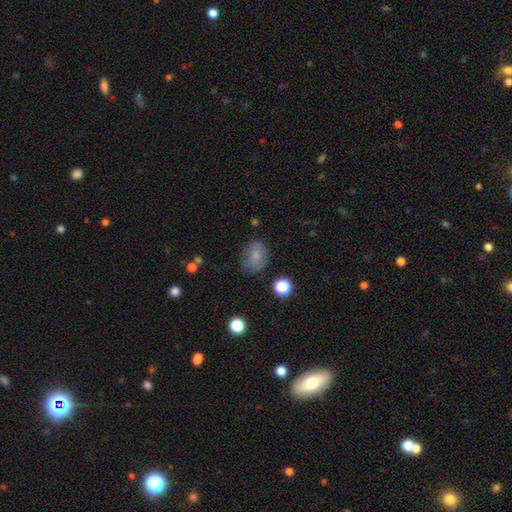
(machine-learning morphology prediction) The model was most divided on "how rounded": in between: 64%, round: 35%, cigar-shaped: 1%. More confident: smooth or featured — smooth (76%); merging — none (65%).